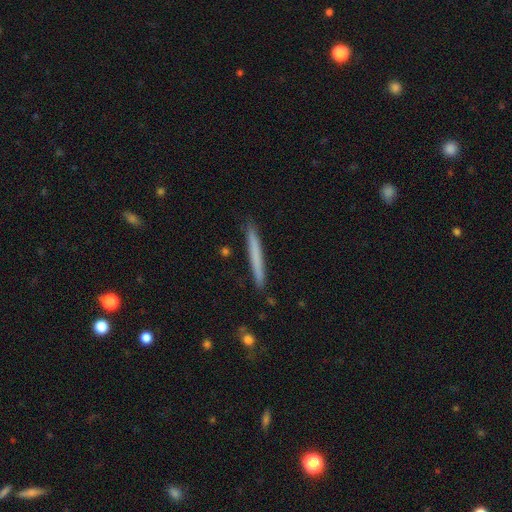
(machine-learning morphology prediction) Smooth or featured: smooth — 66% (featured or disk — 28%)
How rounded: cigar-shaped — 97% (in between — 2%)
Merging: none — 91% (minor disturbance — 6%)